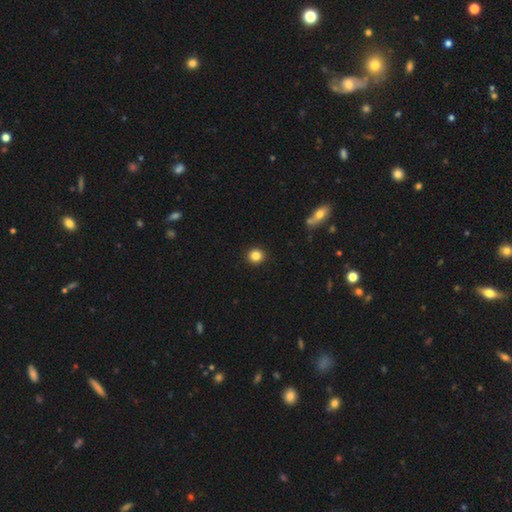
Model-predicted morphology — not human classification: type=smooth (84%); roundness=round (89%); merging=none (92%).